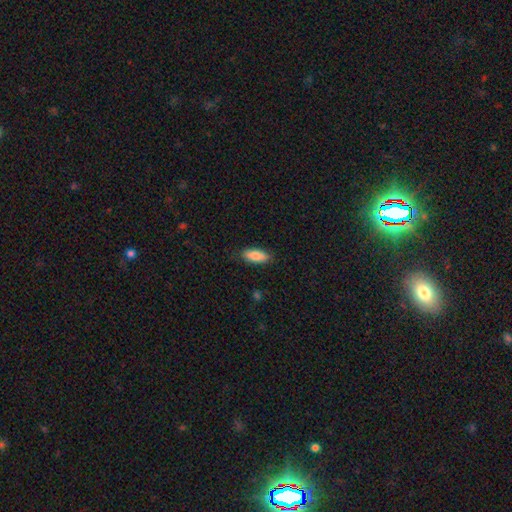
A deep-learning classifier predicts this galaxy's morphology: smooth-or-featured: smooth: 85% | featured or disk: 9% | star or artifact: 6%
  how-rounded: in between: 78% | cigar-shaped: 20% | round: 2%
  merging: none: 86% | minor disturbance: 11% | major disturbance: 2% | merger: 1%